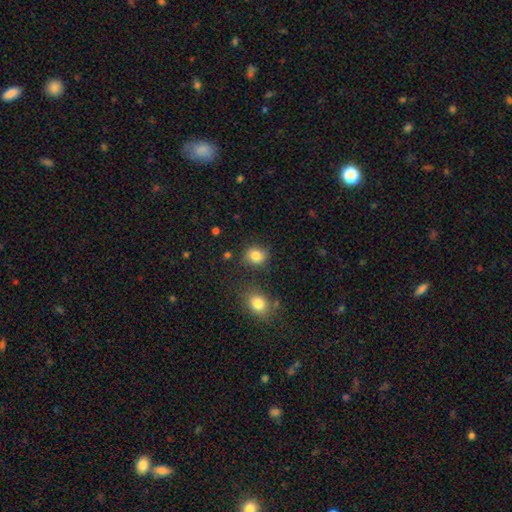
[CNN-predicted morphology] Q: Smooth or featured?
A: smooth (83%); runner-up: star or artifact (10%)
Q: How rounded?
A: round (72%); runner-up: in between (27%)
Q: Merging?
A: none (77%); runner-up: minor disturbance (14%)